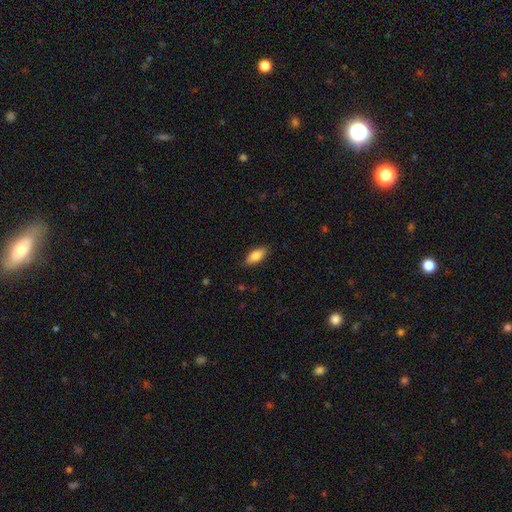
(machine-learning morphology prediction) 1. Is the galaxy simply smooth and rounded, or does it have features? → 83% smooth, 10% featured or disk, 6% star or artifact.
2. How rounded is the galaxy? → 83% in between, 15% cigar-shaped, 2% round.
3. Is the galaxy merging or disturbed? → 86% none, 11% minor disturbance, 2% major disturbance, 1% merger.